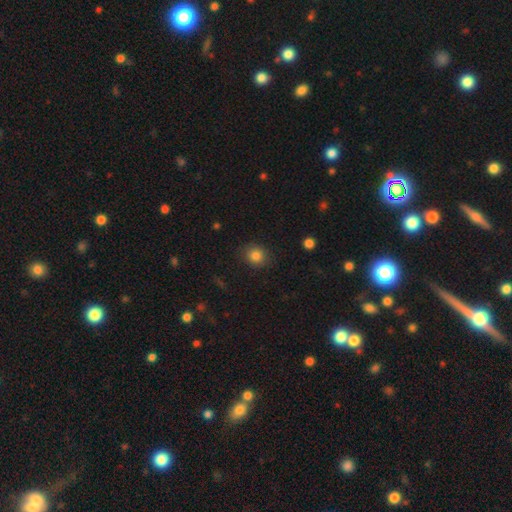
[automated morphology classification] Smooth or featured: smooth — 83% (star or artifact — 11%)
How rounded: round — 81% (in between — 19%)
Merging: none — 86% (minor disturbance — 10%)